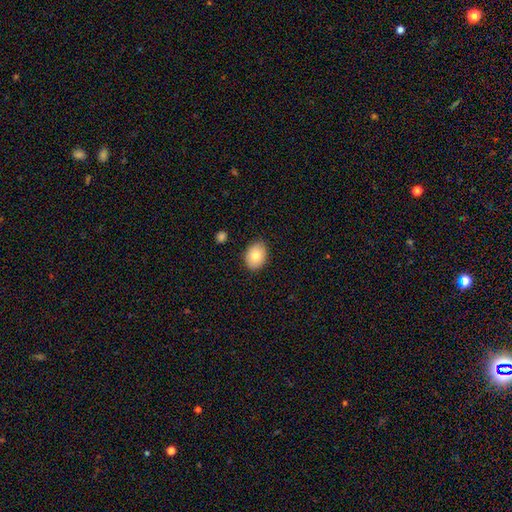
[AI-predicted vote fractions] The model was most divided on "how rounded": in between: 69%, round: 30%, cigar-shaped: 1%. More confident: merging — none (87%); smooth or featured — smooth (82%).